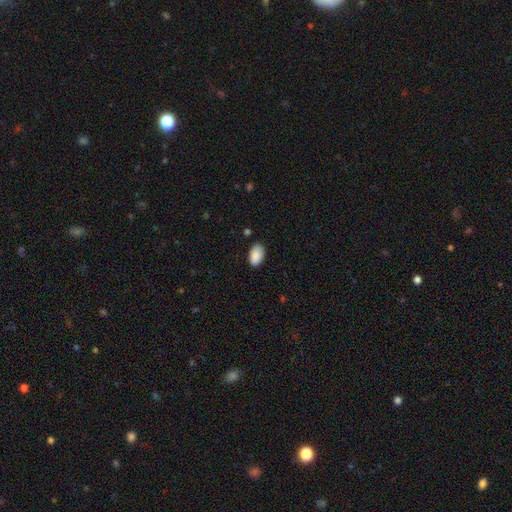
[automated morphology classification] smooth-or-featured: smooth: 89% | star or artifact: 7% | featured or disk: 4%
  how-rounded: in between: 94% | round: 4% | cigar-shaped: 1%
  merging: none: 82% | minor disturbance: 15% | major disturbance: 3% | merger: 1%